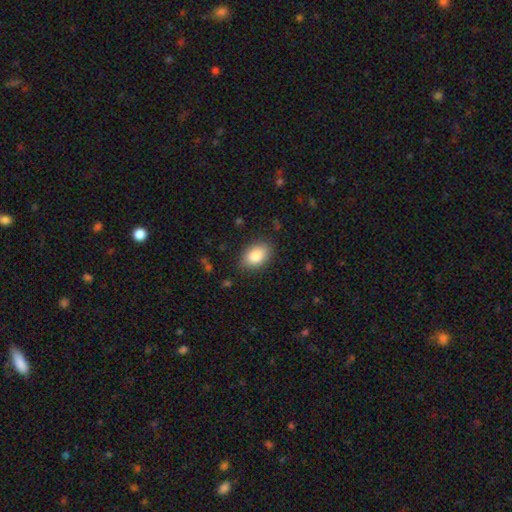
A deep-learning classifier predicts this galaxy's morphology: The model was most divided on "merging": none: 85%, minor disturbance: 11%, major disturbance: 3%, merger: 1%. More confident: how rounded — in between (87%); smooth or featured — smooth (86%).